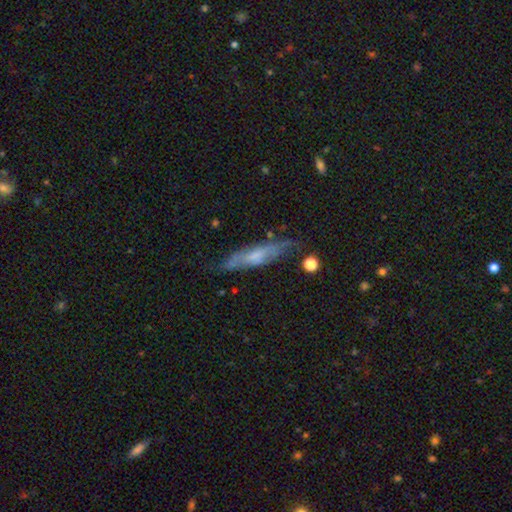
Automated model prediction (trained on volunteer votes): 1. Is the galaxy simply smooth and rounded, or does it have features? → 51% featured or disk, 42% smooth, 7% star or artifact.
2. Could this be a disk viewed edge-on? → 59% yes, 41% no.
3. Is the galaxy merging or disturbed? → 65% none, 24% minor disturbance, 8% major disturbance, 3% merger.